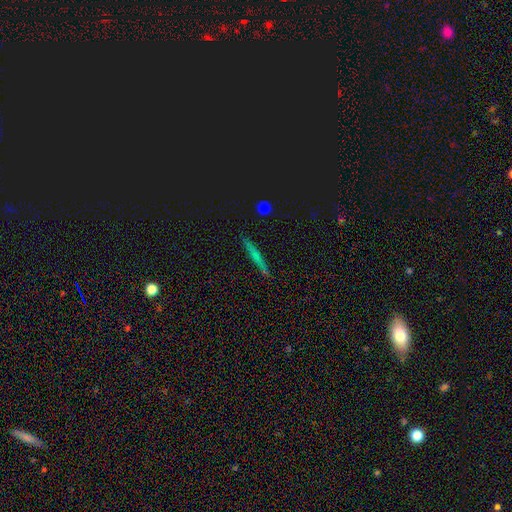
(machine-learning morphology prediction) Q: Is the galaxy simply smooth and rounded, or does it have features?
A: smooth — 52%.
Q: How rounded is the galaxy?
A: cigar-shaped — 93%.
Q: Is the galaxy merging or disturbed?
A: none — 89%.